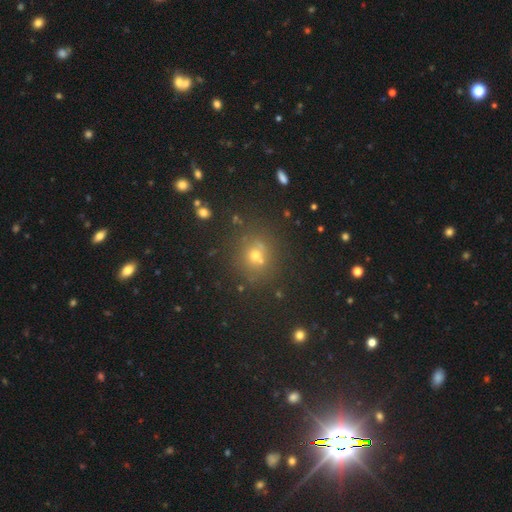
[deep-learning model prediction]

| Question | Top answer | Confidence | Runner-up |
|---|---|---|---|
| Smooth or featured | smooth | 59% | star or artifact (28%) |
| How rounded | round | 81% | in between (18%) |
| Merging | none | 68% | merger (17%) |